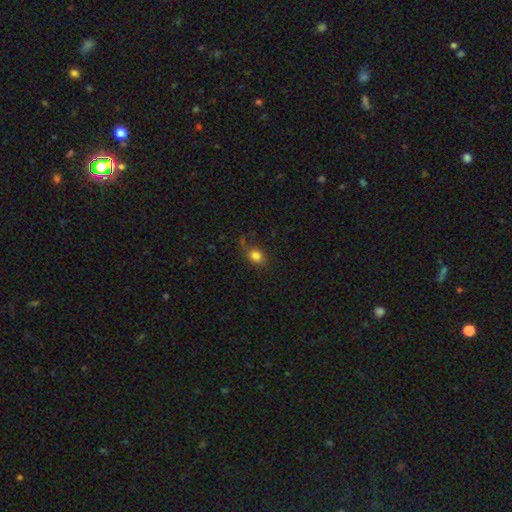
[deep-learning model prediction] smooth_or_featured: smooth (p=0.83) [alt: star or artifact p=0.11]
how_rounded: in between (p=0.50) [alt: round p=0.49]
merging: none (p=0.72) [alt: minor disturbance p=0.18]